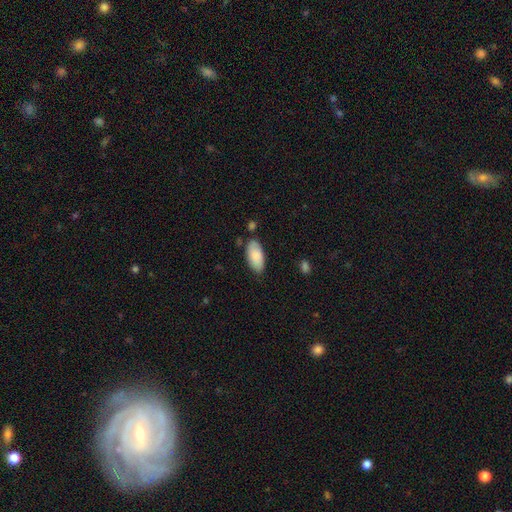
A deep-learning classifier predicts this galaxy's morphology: This appears to be a smooth galaxy with no disk features (86%) that is in between round and cigar-shaped (93%). Merging: none (76%).